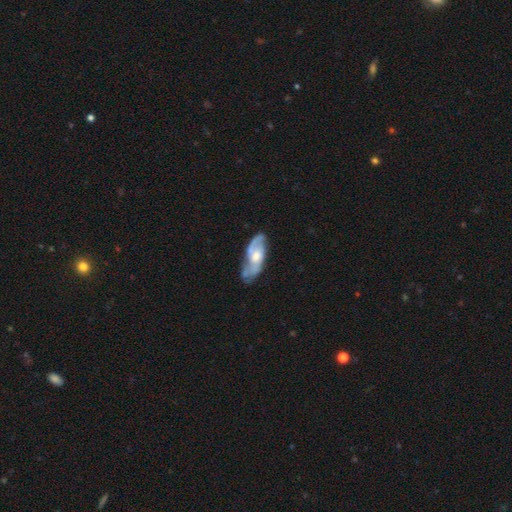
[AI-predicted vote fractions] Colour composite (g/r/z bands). It shows a featured or disk galaxy (75%) with no bar (58%), 2 (71%) medium (47%) spiral arms (89%) and a moderate central bulge (60%). Merging: none (61%).